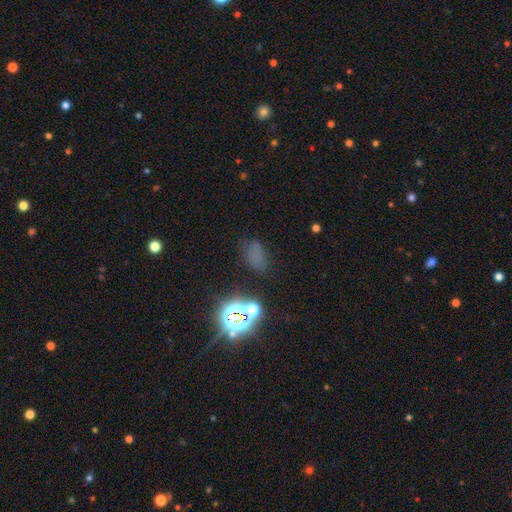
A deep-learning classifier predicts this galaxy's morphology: A smooth galaxy with no disk features (50%).

Vote fractions:
- Smooth or featured? smooth: 50% / star or artifact: 39% / featured or disk: 11%
- Merging? none: 67% / minor disturbance: 18% / major disturbance: 10% / merger: 5%